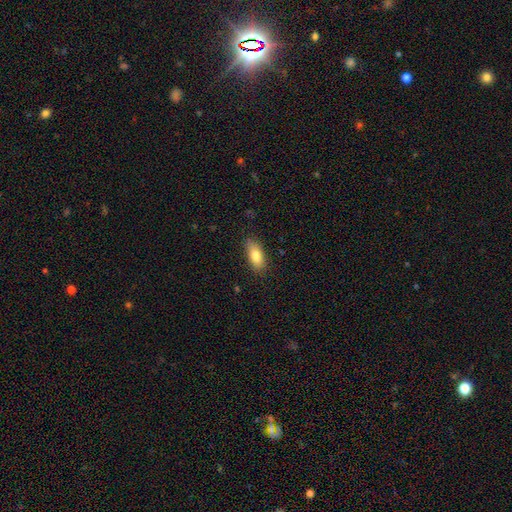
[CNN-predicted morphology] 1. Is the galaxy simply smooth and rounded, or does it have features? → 81% smooth, 12% featured or disk, 7% star or artifact.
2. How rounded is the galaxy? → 83% in between, 13% cigar-shaped, 3% round.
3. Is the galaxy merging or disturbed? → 81% none, 15% minor disturbance, 3% major disturbance, 1% merger.